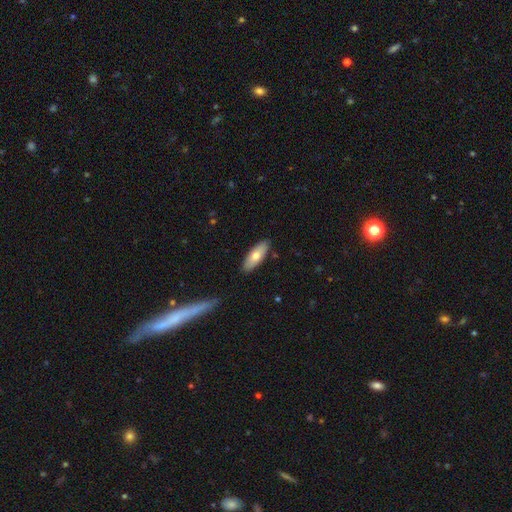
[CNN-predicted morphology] Smooth or featured? smooth (69%)
How rounded? in between (68%)
Merging? none (88%)